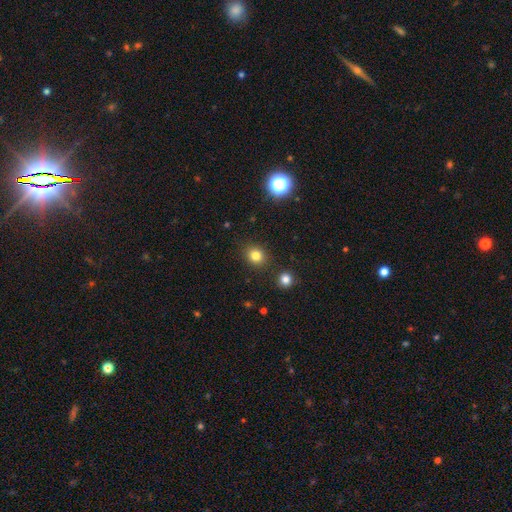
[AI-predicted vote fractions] The model was most divided on "how rounded": round: 74%, in between: 25%, cigar-shaped: 1%. More confident: merging — none (88%); smooth or featured — smooth (80%).